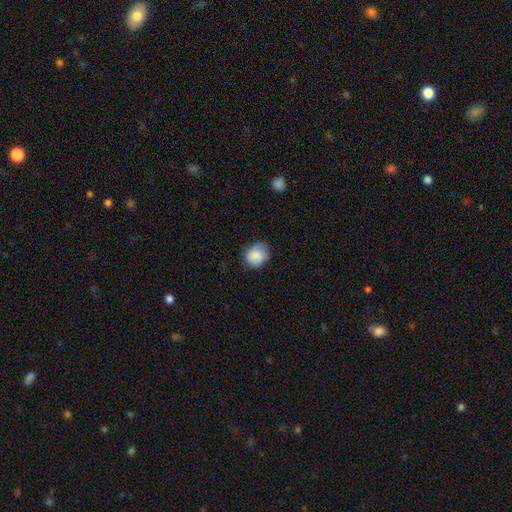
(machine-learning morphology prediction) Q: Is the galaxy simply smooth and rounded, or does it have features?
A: smooth — 86%.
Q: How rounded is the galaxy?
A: round — 66%.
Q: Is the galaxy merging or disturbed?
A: none — 67%.